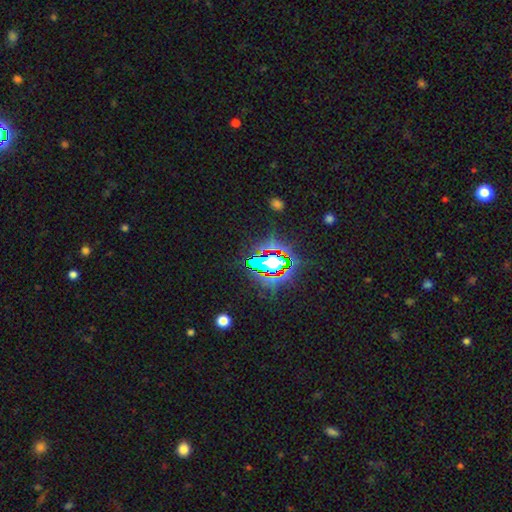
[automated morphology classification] A star or artifact, not a galaxy (83%).

Vote fractions:
- Smooth or featured? star or artifact: 83% / smooth: 10% / featured or disk: 7%